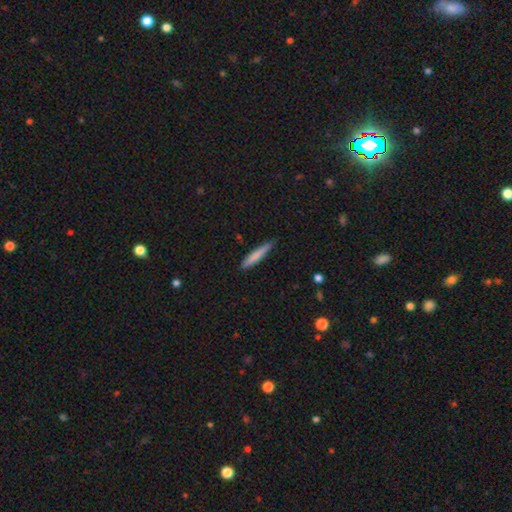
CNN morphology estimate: smooth_or_featured: smooth (p=0.76) [alt: featured or disk p=0.19]
how_rounded: cigar-shaped (p=0.93) [alt: in between p=0.06]
merging: none (p=0.81) [alt: minor disturbance p=0.15]